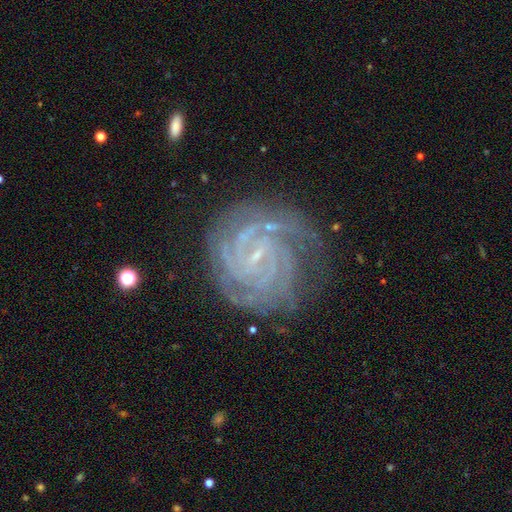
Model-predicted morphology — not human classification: Smooth or featured: featured or disk — 90% (star or artifact — 6%)
Edge-on disk: no — 98% (yes — 2%)
Bar: weak — 42% (no — 37%)
Spiral arms: yes — 98% (no — 2%)
Spiral winding: tight — 80% (medium — 18%)
Spiral arm count: 3 — 24% (tied with 4 — 24%)
Bulge size: small — 83% (none — 9%)
Merging: none — 76% (minor disturbance — 16%)